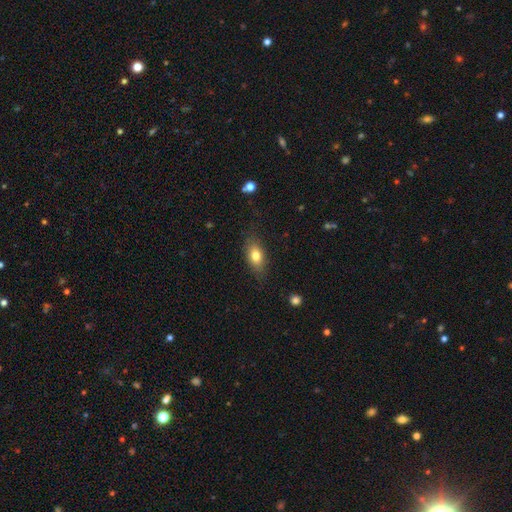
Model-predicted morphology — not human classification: Q: Smooth or featured?
A: smooth (76%); runner-up: featured or disk (16%)
Q: How rounded?
A: in between (81%); runner-up: round (10%)
Q: Merging?
A: none (79%); runner-up: minor disturbance (16%)